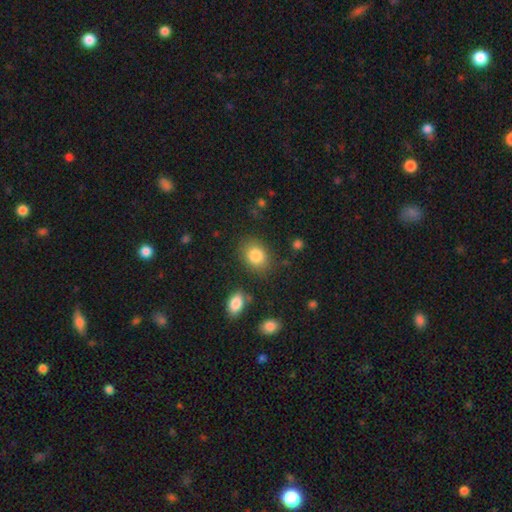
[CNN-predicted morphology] Smooth or featured? smooth (85%)
How rounded? in between (54%)
Merging? none (81%)